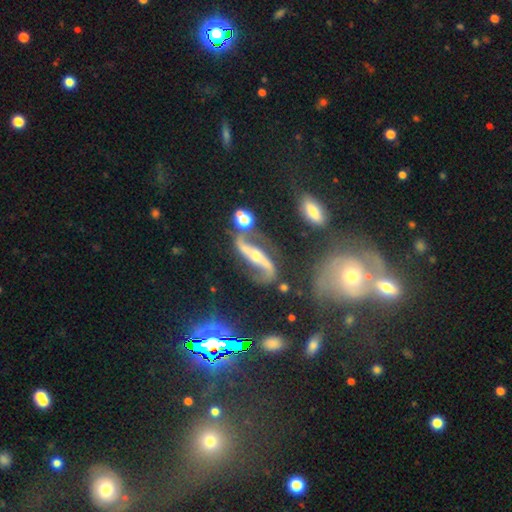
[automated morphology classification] smooth-or-featured: featured or disk: 68% | star or artifact: 19% | smooth: 14%
  disk-edge-on: no: 76% | yes: 24%
    bar: strong: 36% | weak: 32% | no: 32%
    has-spiral-arms: yes: 86% | no: 14%
    bulge-size: moderate: 49% | small: 38% | large: 6% | none: 5% | dominant: 2%
  merging: none: 55% | minor disturbance: 17% | merger: 15% | major disturbance: 12%